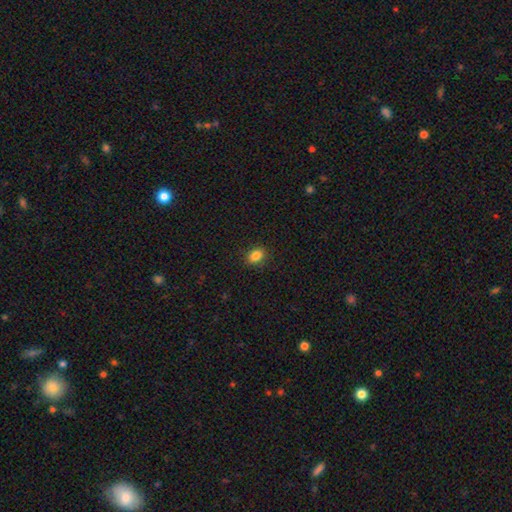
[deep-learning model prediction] Smooth or featured? smooth (85%)
How rounded? in between (67%)
Merging? none (89%)